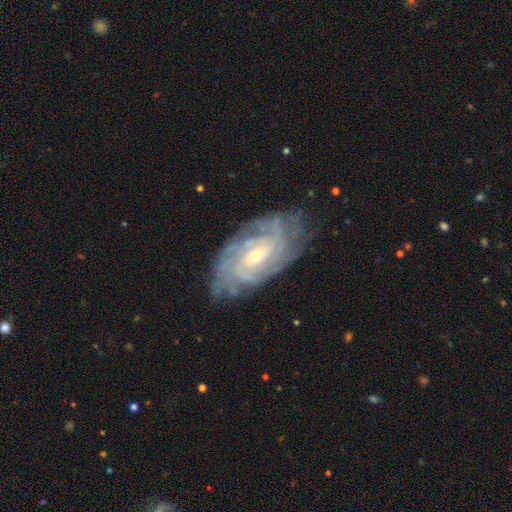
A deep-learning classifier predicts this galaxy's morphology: Smooth or featured? Predicted: featured or disk (p=0.89). Edge-on disk? Predicted: no (p=0.95). Bar? Predicted: no (p=0.44, tied with weak). Spiral arms? Predicted: yes (p=0.98). Spiral winding? Predicted: tight (p=0.75). Spiral arm count? Predicted: can't tell (p=0.29). Bulge size? Predicted: small (p=0.54). Merging? Predicted: none (p=0.79).